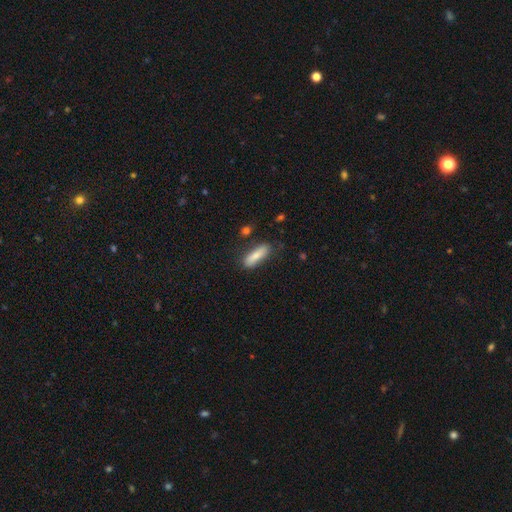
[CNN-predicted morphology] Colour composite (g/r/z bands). It shows a smooth galaxy with no disk features (79%) that is cigar-shaped (54%). Merging: none (75%).